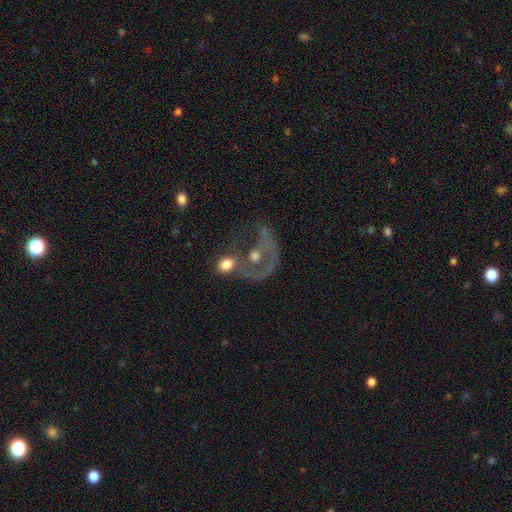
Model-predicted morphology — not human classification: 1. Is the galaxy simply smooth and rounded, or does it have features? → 59% featured or disk, 31% smooth, 11% star or artifact.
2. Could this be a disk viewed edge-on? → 96% no, 4% yes.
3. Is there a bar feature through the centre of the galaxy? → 86% no, 11% weak, 3% strong.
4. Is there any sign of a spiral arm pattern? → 66% no, 34% yes.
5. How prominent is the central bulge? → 58% moderate, 22% small, 9% none, 8% large, 3% dominant.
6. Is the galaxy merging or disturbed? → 44% merger, 26% major disturbance, 20% none, 10% minor disturbance.